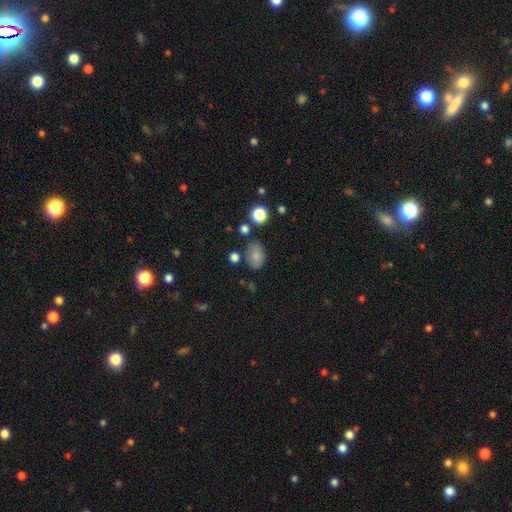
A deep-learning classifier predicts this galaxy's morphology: Overall: smooth (78%). How rounded: in between (79%). Merging: none (71%).